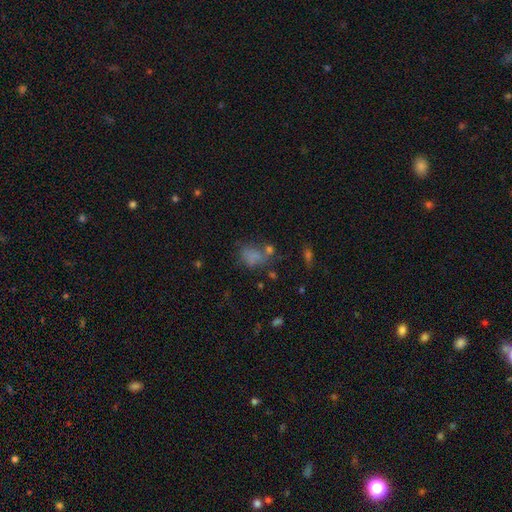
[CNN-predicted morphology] A smooth galaxy with no disk features (55%) that is in between round and cigar-shaped (60%).

Vote fractions:
- Smooth or featured? smooth: 55% / star or artifact: 29% / featured or disk: 16%
- How rounded? in between: 60% / round: 36% / cigar-shaped: 3%
- Merging? none: 50% / minor disturbance: 18% / merger: 17% / major disturbance: 16%